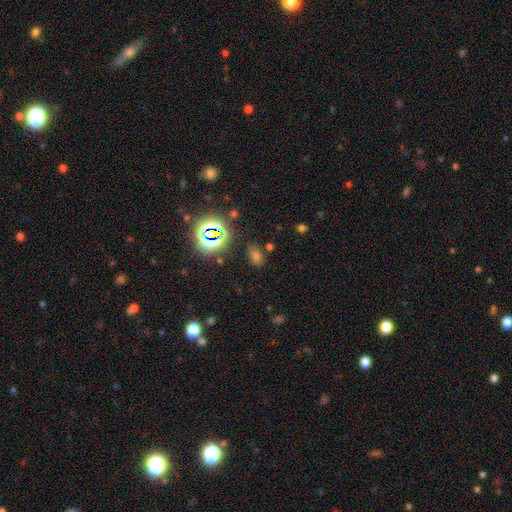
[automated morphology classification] Smooth or featured? Predicted: star or artifact (p=0.48).